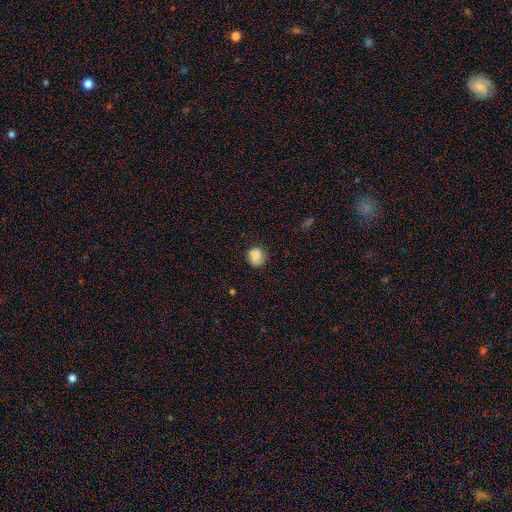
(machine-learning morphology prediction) This appears to be a smooth galaxy with no disk features (79%) that is round (77%). Merging: none (70%).